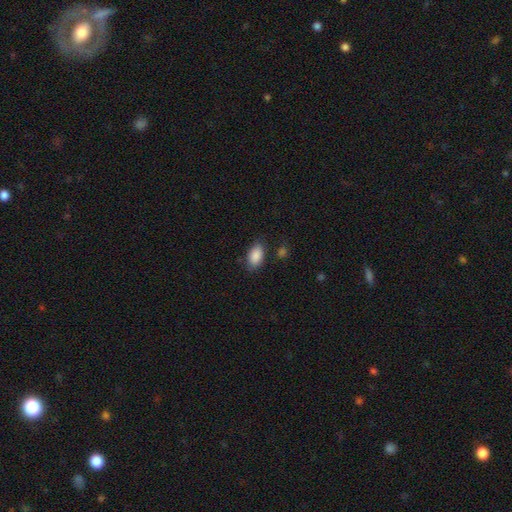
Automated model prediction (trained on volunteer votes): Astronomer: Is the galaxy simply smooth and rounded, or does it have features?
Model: smooth — 89%.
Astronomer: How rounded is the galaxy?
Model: in between — 93%.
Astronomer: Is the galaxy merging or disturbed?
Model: none — 79%.